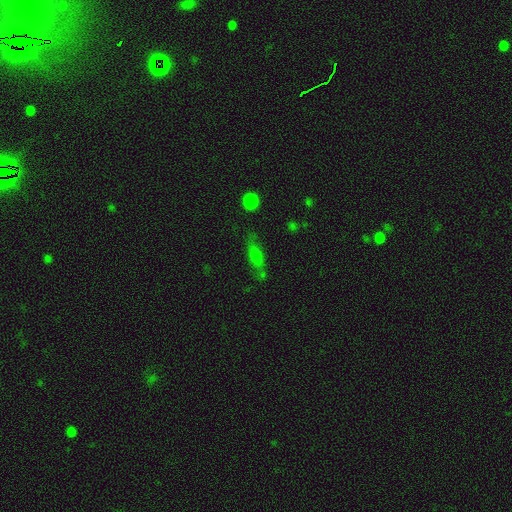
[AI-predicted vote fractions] A smooth galaxy with no disk features (58%) that is in between round and cigar-shaped (47%).

Vote fractions:
- Smooth or featured? smooth: 58% / featured or disk: 29% / star or artifact: 13%
- How rounded? in between: 47% / cigar-shaped: 46% / round: 7%
- Merging? none: 70% / minor disturbance: 18% / major disturbance: 7% / merger: 5%